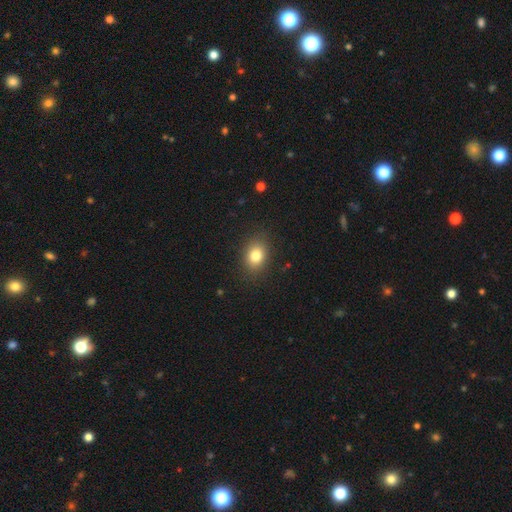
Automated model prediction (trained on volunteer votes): Smooth or featured?
  - smooth: 82% *
  - star or artifact: 10%
  - featured or disk: 8%
How rounded?
  - in between: 63% *
  - round: 36%
  - cigar-shaped: 1%
Merging?
  - none: 87% *
  - minor disturbance: 9%
  - major disturbance: 3%
  - merger: 1%